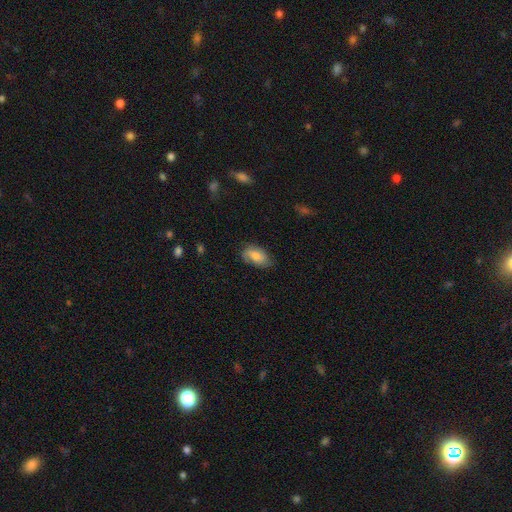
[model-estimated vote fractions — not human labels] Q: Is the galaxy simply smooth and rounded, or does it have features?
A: smooth — 70%.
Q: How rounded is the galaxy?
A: in between — 92%.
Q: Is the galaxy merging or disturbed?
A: none — 66%.